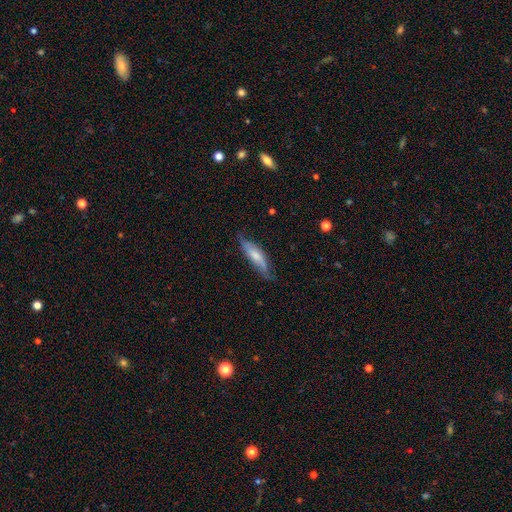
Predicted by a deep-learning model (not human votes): A smooth galaxy with no disk features (55%) that is cigar-shaped (63%).

Vote fractions:
- Smooth or featured? smooth: 55% / featured or disk: 39% / star or artifact: 6%
- How rounded? cigar-shaped: 63% / in between: 36% / round: 2%
- Merging? none: 65% / minor disturbance: 27% / major disturbance: 7% / merger: 2%